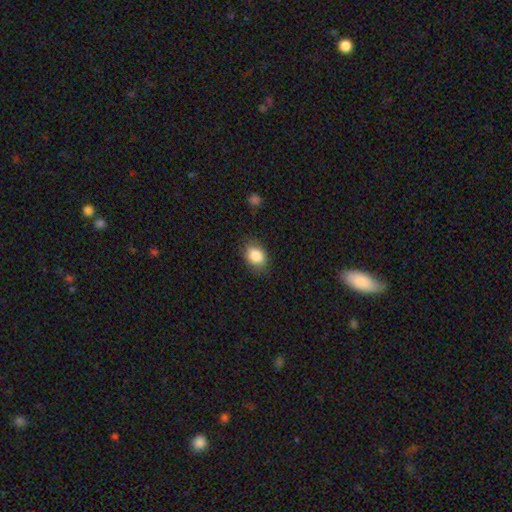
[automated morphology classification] Overall: smooth (86%). How rounded: in between (70%). Merging: none (82%).